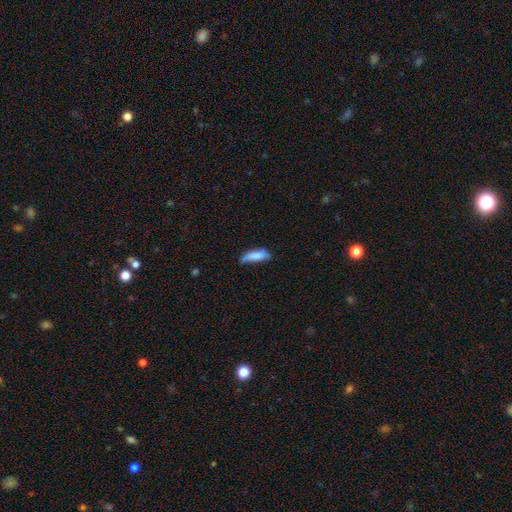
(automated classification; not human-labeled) Morphology: type=smooth (75%); roundness=in between (53%); merging=none (44%).